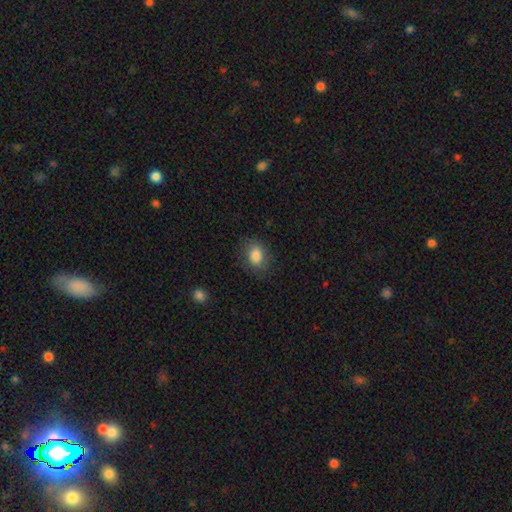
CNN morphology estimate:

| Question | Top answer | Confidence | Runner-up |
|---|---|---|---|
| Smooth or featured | smooth | 84% | star or artifact (9%) |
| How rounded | in between | 68% | round (31%) |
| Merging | none | 82% | minor disturbance (13%) |